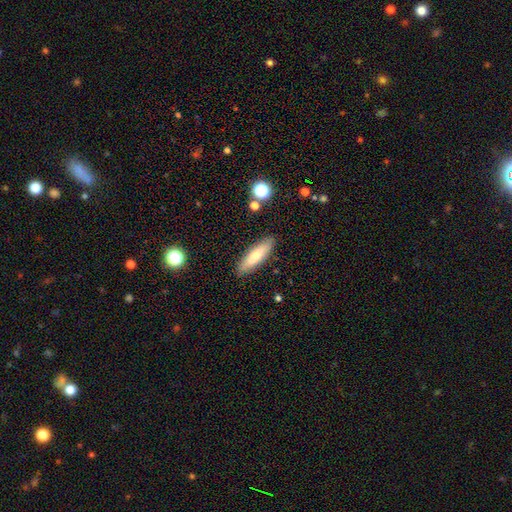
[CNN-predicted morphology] smooth_or_featured: smooth (p=0.66) [alt: featured or disk p=0.27]
how_rounded: cigar-shaped (p=0.62) [alt: in between p=0.36]
merging: none (p=0.87) [alt: minor disturbance p=0.09]